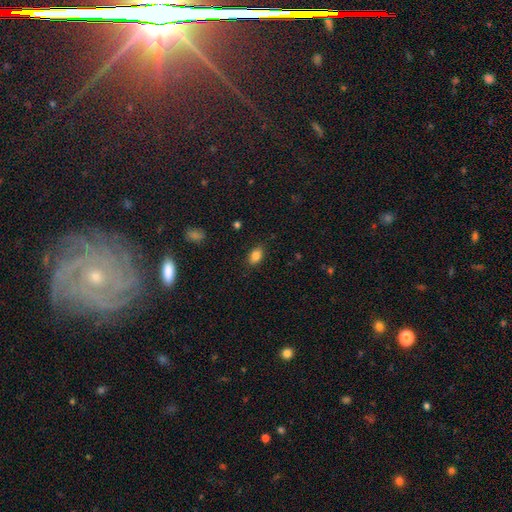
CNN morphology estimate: Smooth or featured? Predicted: smooth (p=0.85). How rounded? Predicted: in between (p=0.86). Merging? Predicted: none (p=0.84).